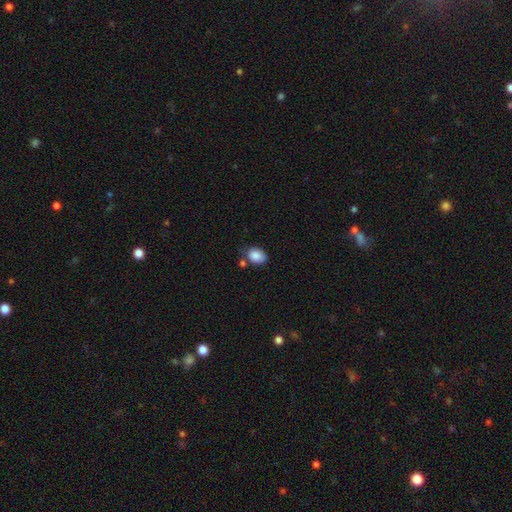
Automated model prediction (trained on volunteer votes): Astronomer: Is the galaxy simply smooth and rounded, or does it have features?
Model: smooth — 87%.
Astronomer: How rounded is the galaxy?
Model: in between — 75%.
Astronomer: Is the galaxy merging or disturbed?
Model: none — 62%.